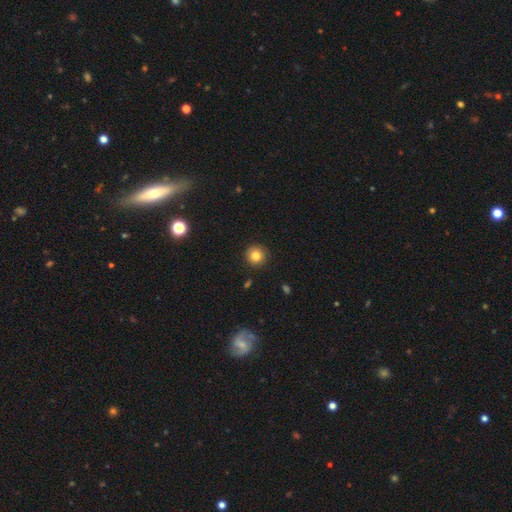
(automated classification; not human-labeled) Smooth or featured? Predicted: smooth (p=0.82). How rounded? Predicted: round (p=0.95). Merging? Predicted: none (p=0.92).